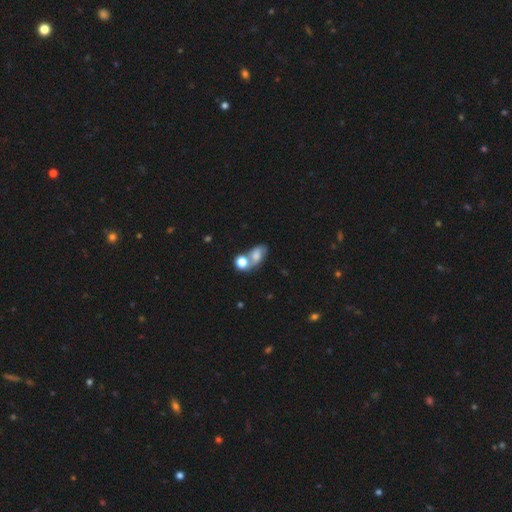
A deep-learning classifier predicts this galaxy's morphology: Smooth or featured?
  - smooth: 56% *
  - featured or disk: 31%
  - star or artifact: 13%
How rounded?
  - in between: 71% *
  - round: 26%
  - cigar-shaped: 3%
Merging?
  - merger: 46% *
  - none: 32%
  - minor disturbance: 14%
  - major disturbance: 9%